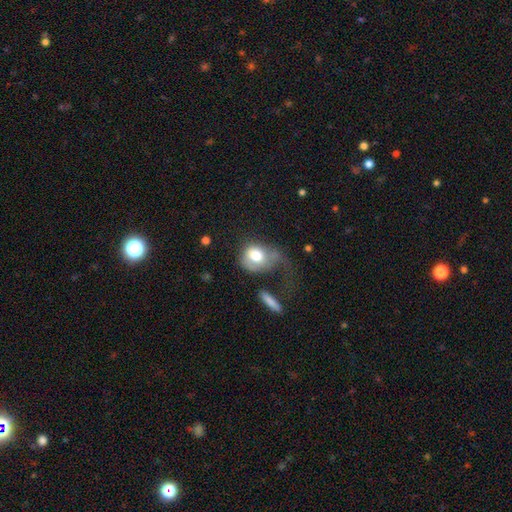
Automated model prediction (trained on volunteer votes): Smooth or featured? smooth (70%)
How rounded? round (51%)
Merging? major disturbance (50%)